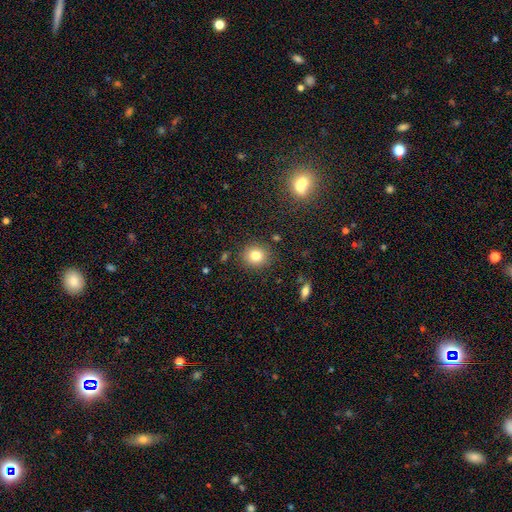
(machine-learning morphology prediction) type=smooth (81%); roundness=round (83%); merging=none (87%).